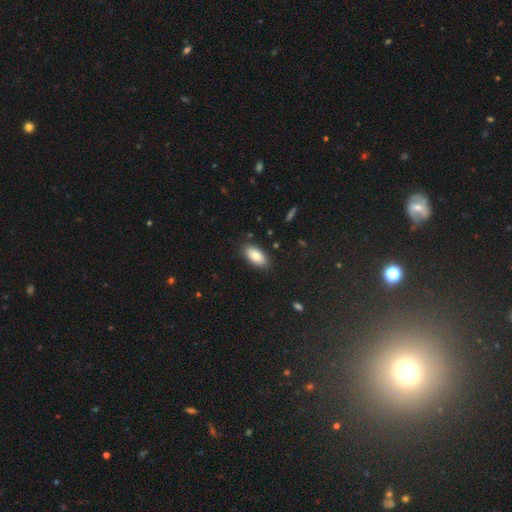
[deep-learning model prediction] smooth-or-featured: smooth: 86% | featured or disk: 7% | star or artifact: 7%
  how-rounded: in between: 91% | cigar-shaped: 6% | round: 3%
  merging: none: 86% | minor disturbance: 10% | major disturbance: 2% | merger: 1%